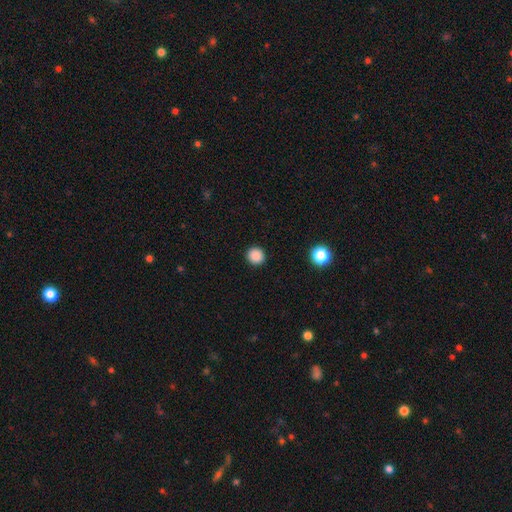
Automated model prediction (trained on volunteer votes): Smooth or featured: smooth — 87% (star or artifact — 10%)
How rounded: round — 94% (in between — 5%)
Merging: none — 92% (minor disturbance — 5%)